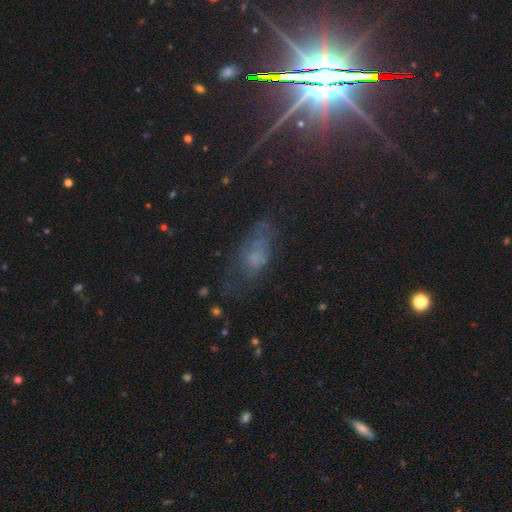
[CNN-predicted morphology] type=smooth (43%); merging=none (50%).